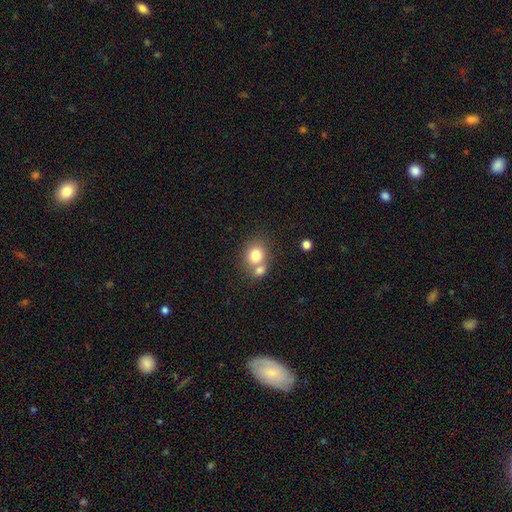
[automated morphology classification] Smooth or featured: smooth — 78% (featured or disk — 12%)
How rounded: round — 73% (in between — 26%)
Merging: merger — 45% (none — 44%)